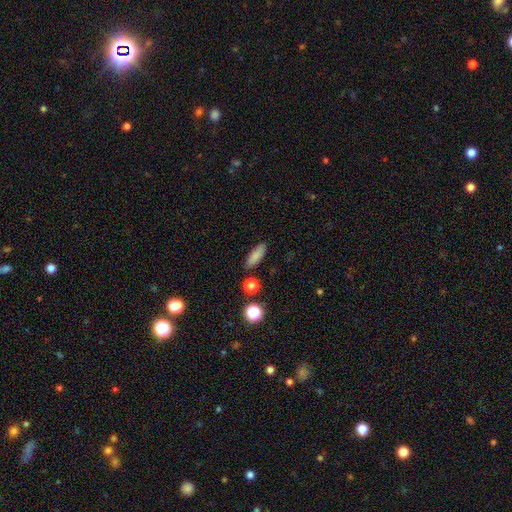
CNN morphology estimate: smooth_or_featured: smooth (p=0.84) [alt: star or artifact p=0.09]
how_rounded: in between (p=0.58) [alt: cigar-shaped p=0.38]
merging: none (p=0.86) [alt: minor disturbance p=0.09]